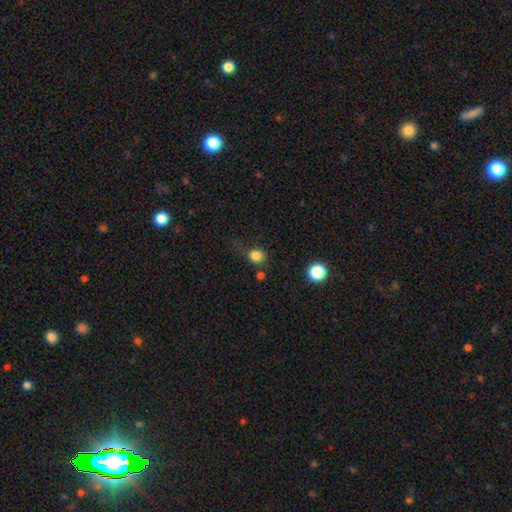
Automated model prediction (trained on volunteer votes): Smooth or featured: smooth — 82% (star or artifact — 13%)
How rounded: round — 76% (in between — 23%)
Merging: none — 62% (minor disturbance — 21%)